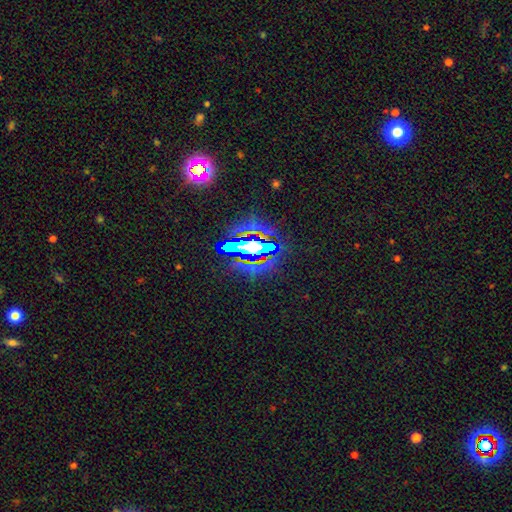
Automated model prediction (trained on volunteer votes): star or artifact 66%, smooth 18%, featured or disk 17%.